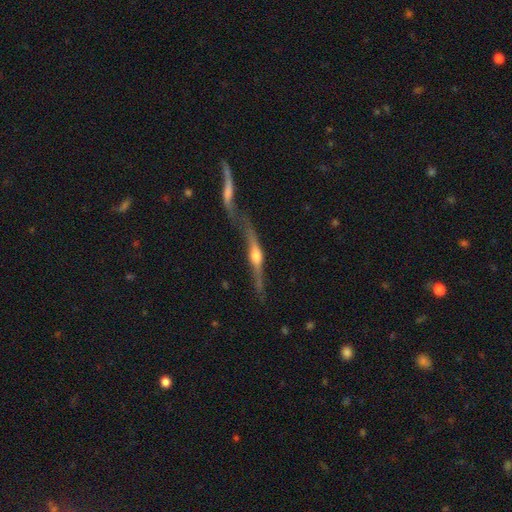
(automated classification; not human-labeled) Smooth or featured: featured or disk — 79% (smooth — 15%)
Edge-on disk: yes — 94% (no — 6%)
Edge-on bulge: rounded — 90% (boxy — 6%)
Merging: none — 51% (merger — 24%)